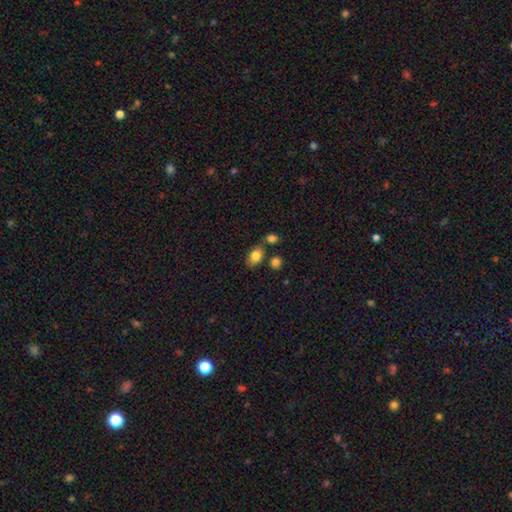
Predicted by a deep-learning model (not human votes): A smooth galaxy with no disk features (82%) that is in between round and cigar-shaped (80%). Merging: none (66%).